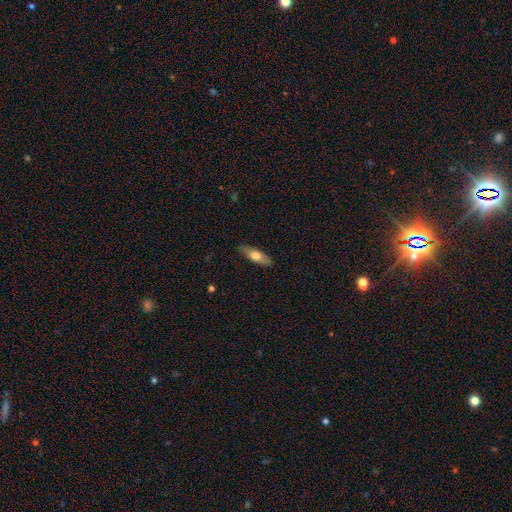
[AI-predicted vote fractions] Smooth or featured: smooth — 64% (featured or disk — 30%)
How rounded: in between — 58% (cigar-shaped — 39%)
Merging: none — 85% (minor disturbance — 12%)